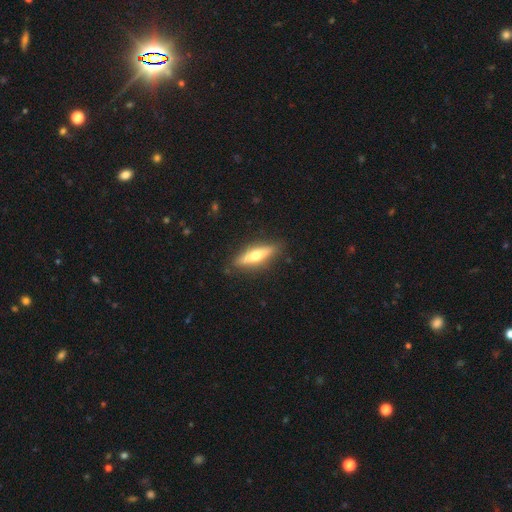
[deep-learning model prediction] A featured or disk galaxy (50%) viewed edge-on (90%).

Vote fractions:
- Smooth or featured? featured or disk: 50% / smooth: 44% / star or artifact: 6%
- Edge-on disk? yes: 90% / no: 10%
- Merging? none: 88% / minor disturbance: 9% / major disturbance: 2% / merger: 1%